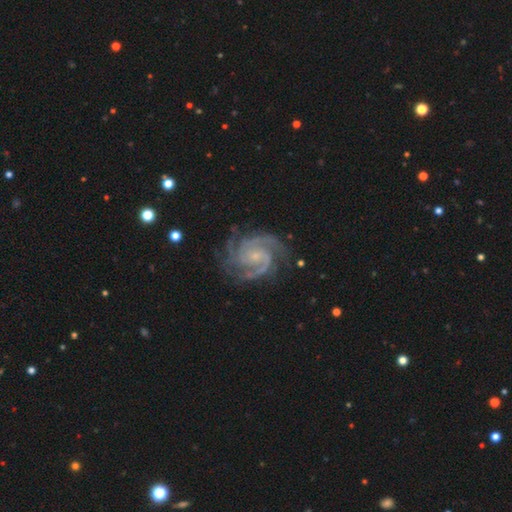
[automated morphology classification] smooth_or_featured: featured or disk (p=0.93) [alt: star or artifact p=0.04]
disk_edge_on: no (p=0.98) [alt: yes p=0.02]
bar: no (p=0.60) [alt: weak p=0.31]
has_spiral_arms: yes (p=0.99) [alt: no p=0.01]
spiral_winding: tight (p=0.58) [alt: medium p=0.38]
spiral_arm_count: 3 (p=0.41) [alt: 2 p=0.28]
bulge_size: small (p=0.73) [alt: moderate p=0.15]
merging: none (p=0.76) [alt: minor disturbance p=0.16]